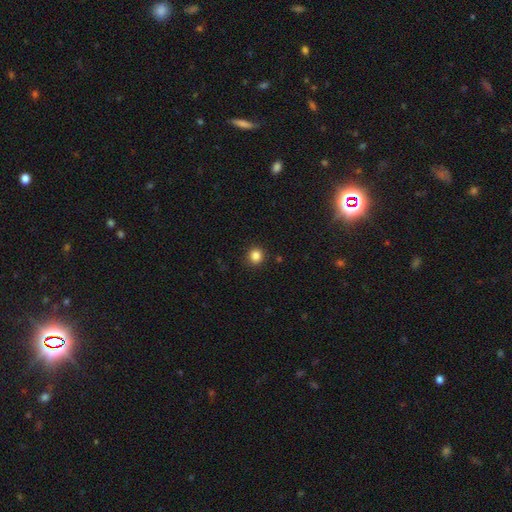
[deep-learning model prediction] smooth_or_featured: smooth (p=0.85) [alt: star or artifact p=0.11]
how_rounded: round (p=0.90) [alt: in between p=0.09]
merging: none (p=0.90) [alt: minor disturbance p=0.06]